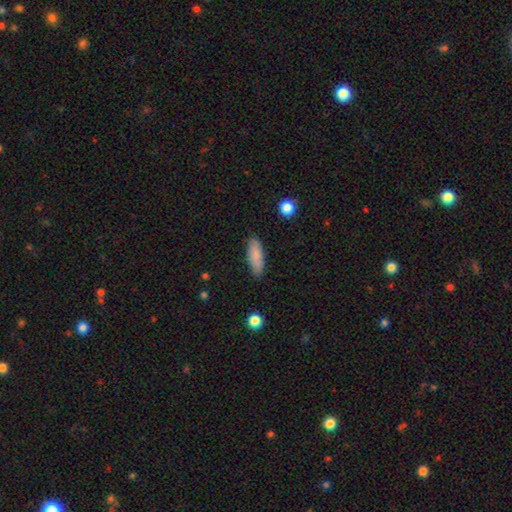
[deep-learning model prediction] Smooth or featured?
  - smooth: 86% *
  - featured or disk: 8%
  - star or artifact: 6%
How rounded?
  - in between: 65% *
  - cigar-shaped: 33%
  - round: 2%
Merging?
  - none: 86% *
  - minor disturbance: 10%
  - major disturbance: 2%
  - merger: 1%